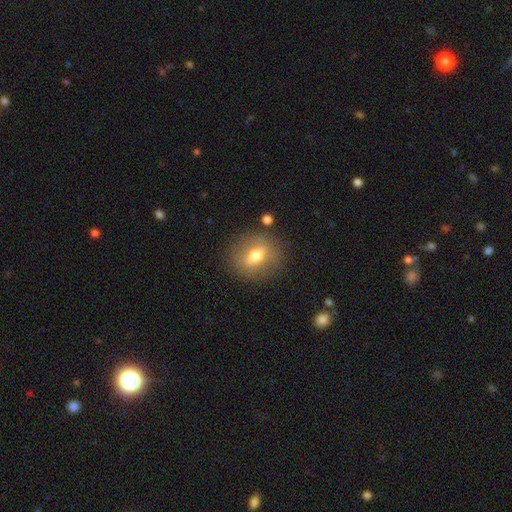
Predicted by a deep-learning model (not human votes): Smooth or featured?
  - smooth: 59% *
  - featured or disk: 32%
  - star or artifact: 10%
How rounded?
  - round: 62% *
  - in between: 35%
  - cigar-shaped: 3%
Merging?
  - none: 84% *
  - minor disturbance: 10%
  - major disturbance: 4%
  - merger: 2%